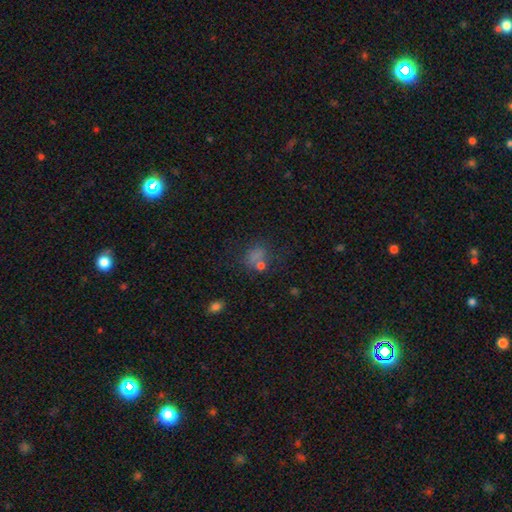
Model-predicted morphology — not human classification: Q: Smooth or featured?
A: smooth (55%); runner-up: star or artifact (32%)
Q: How rounded?
A: round (58%); runner-up: in between (40%)
Q: Merging?
A: none (58%); runner-up: minor disturbance (16%)